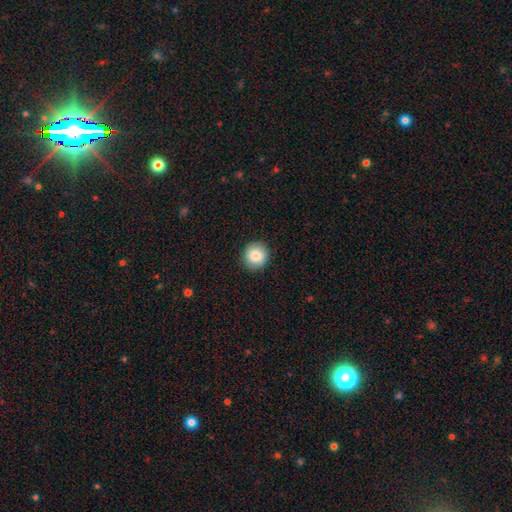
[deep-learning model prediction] smooth-or-featured: smooth: 86% | star or artifact: 8% | featured or disk: 6%
  how-rounded: round: 92% | in between: 7% | cigar-shaped: 1%
  merging: none: 91% | minor disturbance: 7% | major disturbance: 2% | merger: 1%